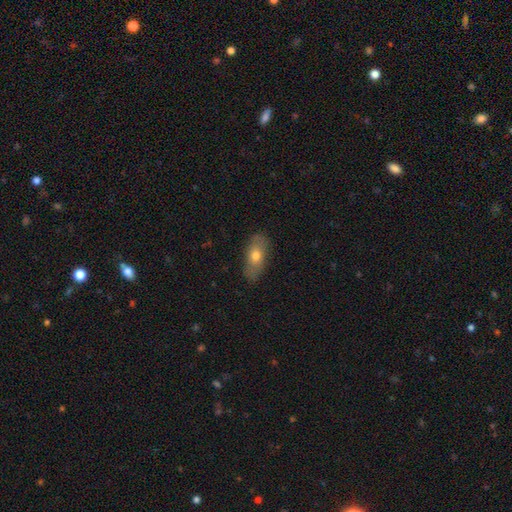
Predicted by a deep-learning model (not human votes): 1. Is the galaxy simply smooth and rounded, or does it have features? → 68% smooth, 25% featured or disk, 7% star or artifact.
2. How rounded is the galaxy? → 80% in between, 14% cigar-shaped, 6% round.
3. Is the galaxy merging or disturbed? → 81% none, 14% minor disturbance, 3% major disturbance, 1% merger.